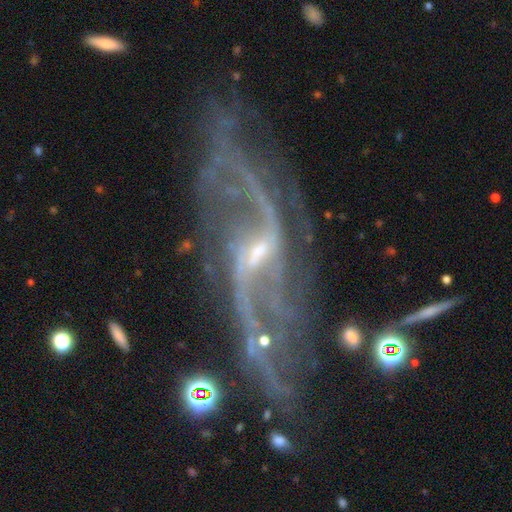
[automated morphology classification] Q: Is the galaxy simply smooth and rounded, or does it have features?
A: featured or disk — 91%.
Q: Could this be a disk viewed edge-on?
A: no — 96%.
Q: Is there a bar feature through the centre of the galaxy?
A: weak — 47%.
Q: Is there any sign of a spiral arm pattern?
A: yes — 97%.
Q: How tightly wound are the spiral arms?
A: loose — 68%.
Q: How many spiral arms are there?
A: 2 — 72%.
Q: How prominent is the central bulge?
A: small — 68%.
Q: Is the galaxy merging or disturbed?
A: none — 48%.